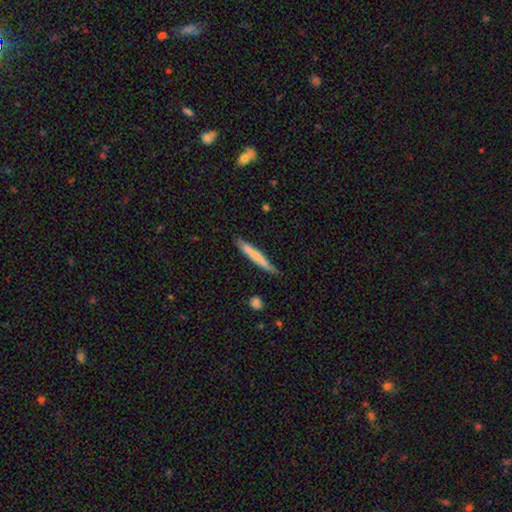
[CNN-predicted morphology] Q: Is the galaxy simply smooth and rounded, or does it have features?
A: smooth — 62%.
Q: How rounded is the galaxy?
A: cigar-shaped — 95%.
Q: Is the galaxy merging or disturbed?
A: none — 81%.